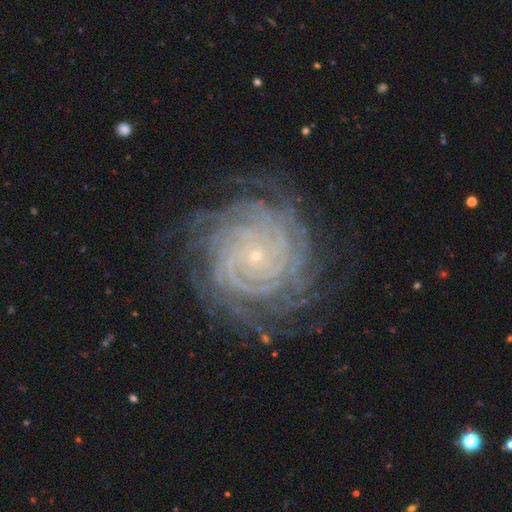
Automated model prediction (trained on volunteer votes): The model was most divided on "spiral arm count": more than 4: 35%, can't tell: 19%, 4: 19%, 3: 10%, 2: 9%, 1: 8%. More confident: spiral arms — yes (98%); edge-on disk — no (97%); bulge size — small (90%); smooth or featured — featured or disk (88%); spiral winding — tight (86%); bar — no (78%); merging — none (78%).